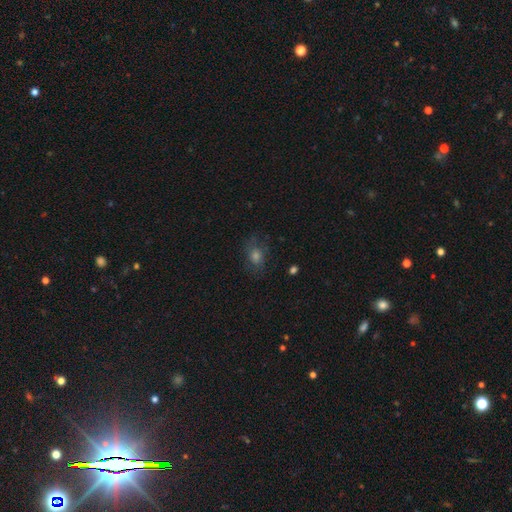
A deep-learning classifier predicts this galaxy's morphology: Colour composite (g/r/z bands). It shows a smooth galaxy with no disk features (51%) that is in between round and cigar-shaped (57%). Merging: none (73%).